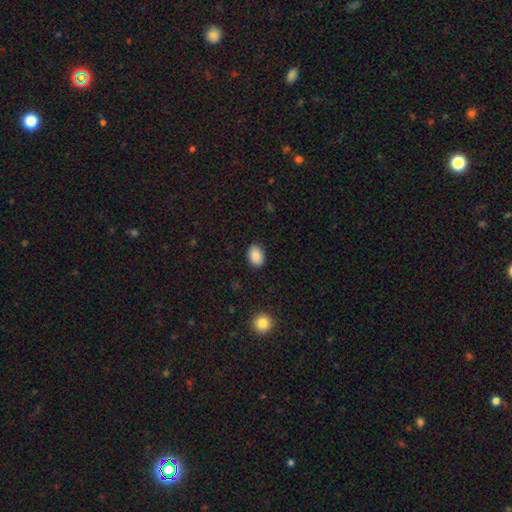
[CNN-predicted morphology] smooth-or-featured: smooth: 89% | star or artifact: 8% | featured or disk: 3%
  how-rounded: in between: 76% | round: 23% | cigar-shaped: 1%
  merging: none: 88% | minor disturbance: 8% | major disturbance: 2% | merger: 1%